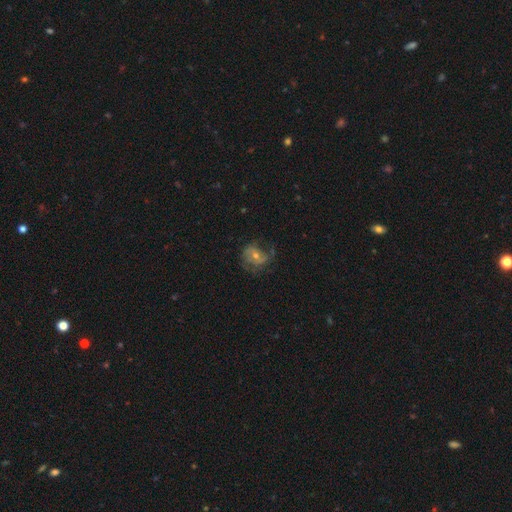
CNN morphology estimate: Q: Smooth or featured?
A: featured or disk (70%); runner-up: smooth (18%)
Q: Edge-on disk?
A: no (97%); runner-up: yes (3%)
Q: Bar?
A: no (57%); runner-up: weak (33%)
Q: Spiral arms?
A: yes (85%); runner-up: no (15%)
Q: Spiral winding?
A: medium (45%); runner-up: tight (32%)
Q: Spiral arm count?
A: 2 (52%); runner-up: can't tell (22%)
Q: Bulge size?
A: small (48%); runner-up: moderate (47%)
Q: Merging?
A: none (62%); runner-up: minor disturbance (20%)